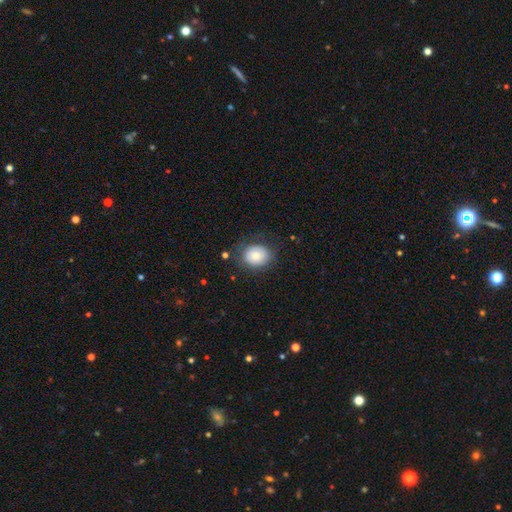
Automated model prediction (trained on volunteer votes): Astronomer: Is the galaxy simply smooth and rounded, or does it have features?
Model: smooth — 79%.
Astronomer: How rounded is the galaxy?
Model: round — 64%.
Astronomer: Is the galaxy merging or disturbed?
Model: none — 76%.